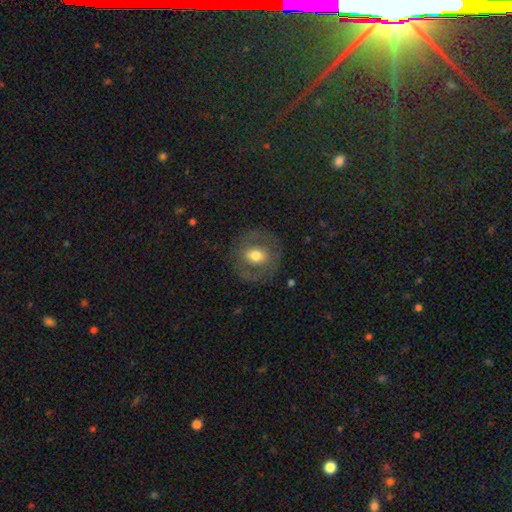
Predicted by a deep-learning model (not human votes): A smooth galaxy with no disk features (51%) that is round (79%). Merging: none (80%).